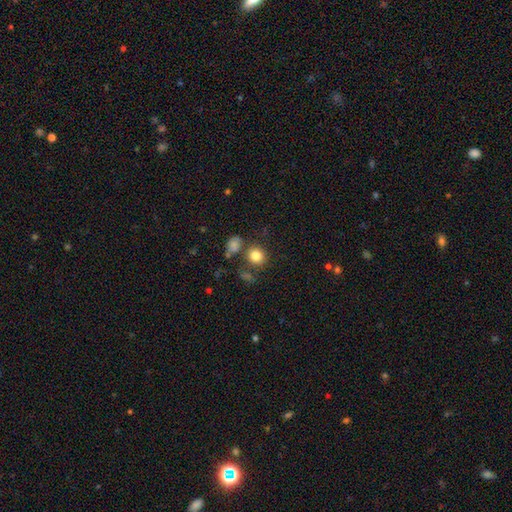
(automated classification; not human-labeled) Overall: smooth (83%). How rounded: round (83%). Merging: none (75%).